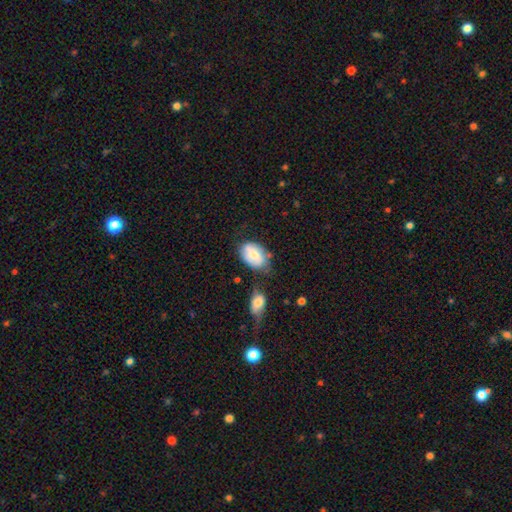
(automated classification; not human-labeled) A smooth galaxy with no disk features (67%) that is in between round and cigar-shaped (87%). Merging: none (53%).